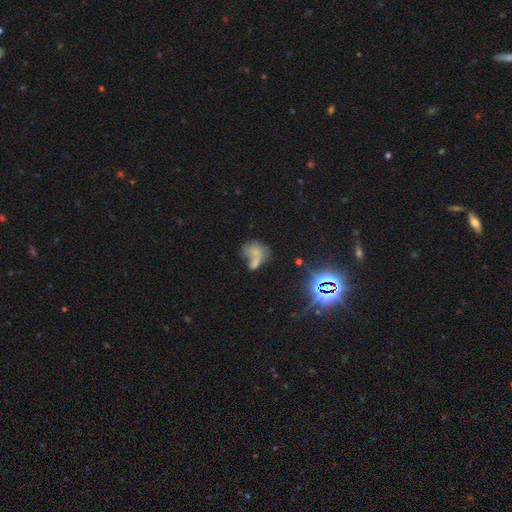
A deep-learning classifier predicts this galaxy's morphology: Q: Smooth or featured?
A: smooth (45%); runner-up: featured or disk (31%)
Q: Merging?
A: merger (51%); runner-up: none (24%)